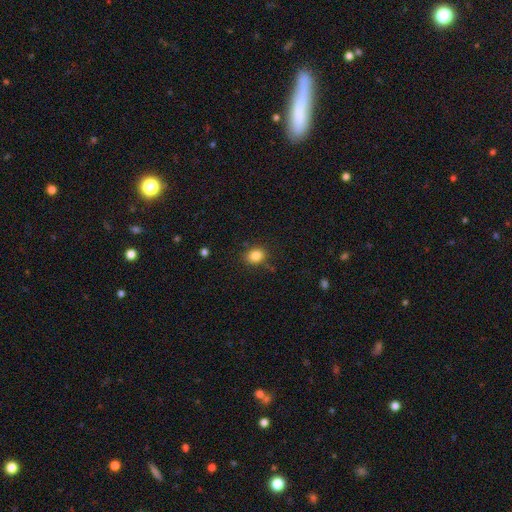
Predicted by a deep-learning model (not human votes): smooth 84%, star or artifact 10%, featured or disk 5%. Down the decision tree: how rounded — in between (51%); merging — none (82%).